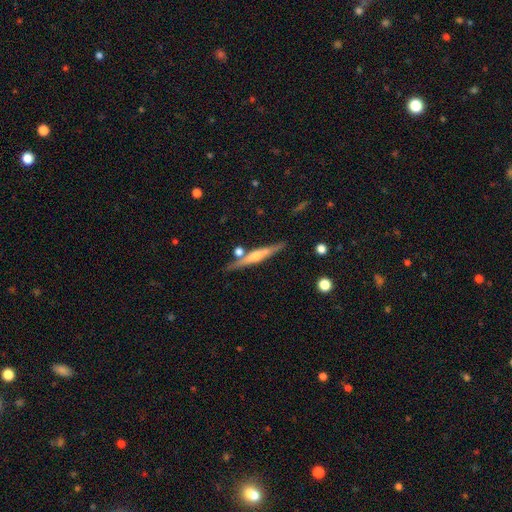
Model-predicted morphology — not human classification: Q: Smooth or featured?
A: featured or disk (69%); runner-up: smooth (25%)
Q: Edge-on disk?
A: yes (97%); runner-up: no (3%)
Q: Edge-on bulge?
A: rounded (74%); runner-up: none (14%)
Q: Merging?
A: none (82%); runner-up: minor disturbance (10%)